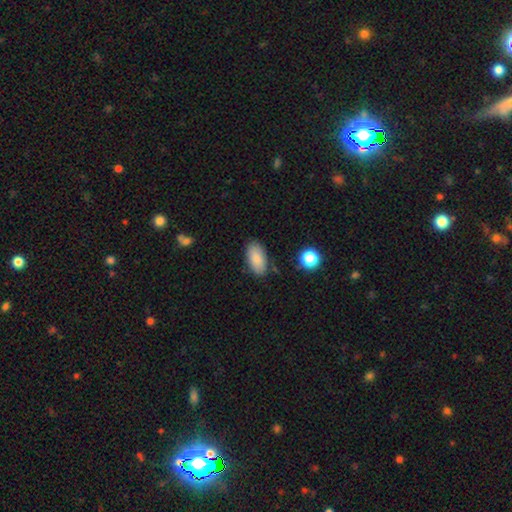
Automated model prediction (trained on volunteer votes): Overall: smooth (86%). How rounded: in between (92%). Merging: none (83%).